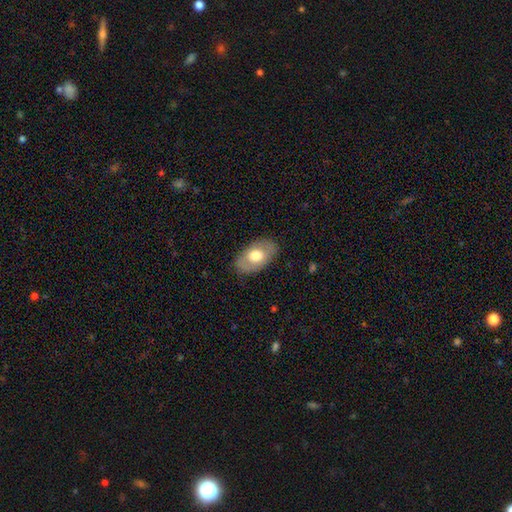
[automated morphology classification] Smooth or featured: smooth — 62% (featured or disk — 32%)
How rounded: in between — 92% (round — 7%)
Merging: none — 82% (minor disturbance — 13%)